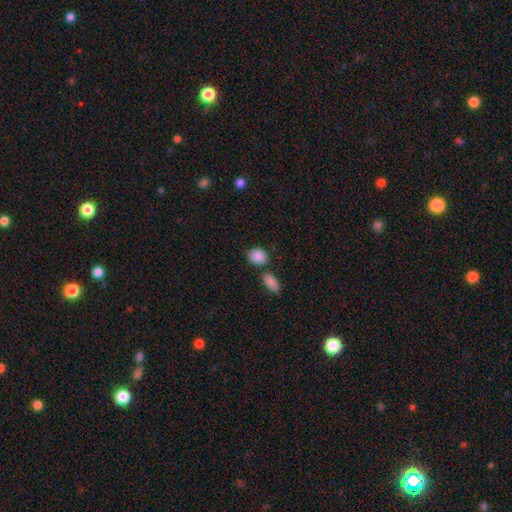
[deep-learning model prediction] Q: Smooth or featured?
A: smooth (89%); runner-up: star or artifact (7%)
Q: How rounded?
A: round (53%); runner-up: in between (46%)
Q: Merging?
A: none (72%); runner-up: merger (13%)